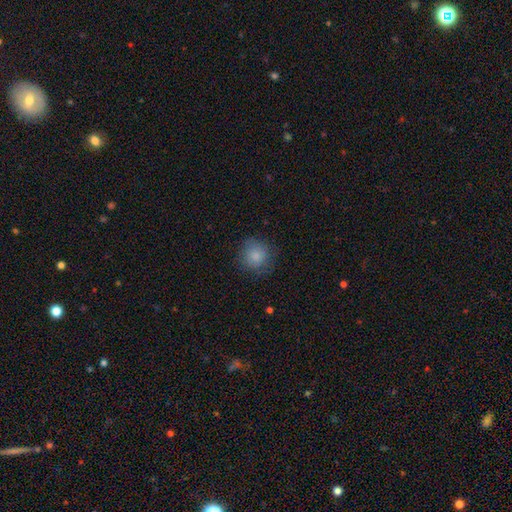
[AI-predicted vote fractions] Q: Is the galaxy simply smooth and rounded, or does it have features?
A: smooth — 85%.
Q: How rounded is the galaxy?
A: round — 91%.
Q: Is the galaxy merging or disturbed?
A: none — 79%.